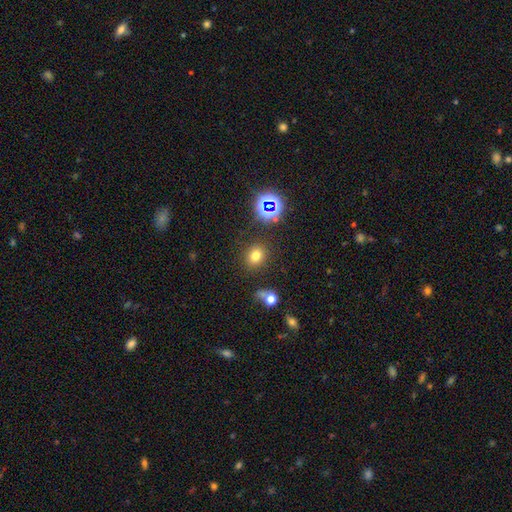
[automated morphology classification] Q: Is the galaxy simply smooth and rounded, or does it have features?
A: smooth — 72%.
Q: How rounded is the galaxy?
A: round — 66%.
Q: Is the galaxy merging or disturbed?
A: none — 84%.